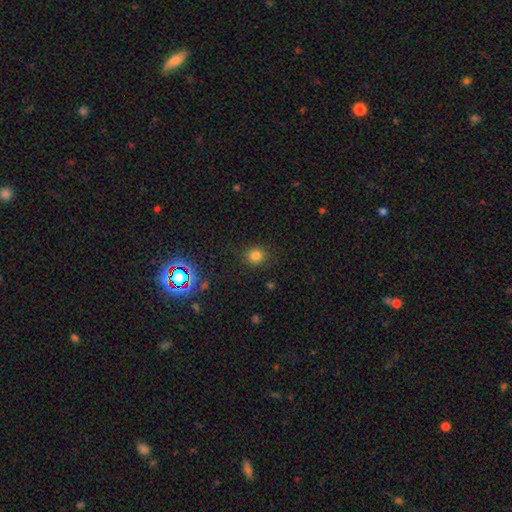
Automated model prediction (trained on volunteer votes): This appears to be a smooth galaxy with no disk features (80%) that is round (85%). Merging: none (87%).